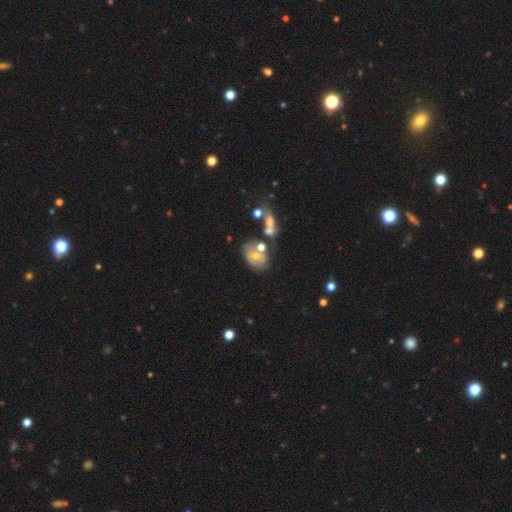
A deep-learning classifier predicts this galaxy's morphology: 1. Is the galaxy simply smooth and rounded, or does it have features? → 51% featured or disk, 35% smooth, 14% star or artifact.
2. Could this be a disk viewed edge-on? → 94% no, 6% yes.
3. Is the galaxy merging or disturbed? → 37% none, 31% merger, 19% minor disturbance, 13% major disturbance.